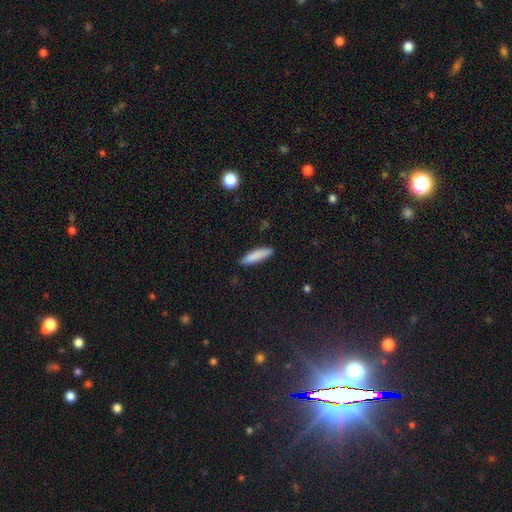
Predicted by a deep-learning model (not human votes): Smooth or featured: smooth — 86% (featured or disk — 8%)
How rounded: cigar-shaped — 74% (in between — 24%)
Merging: none — 86% (minor disturbance — 11%)